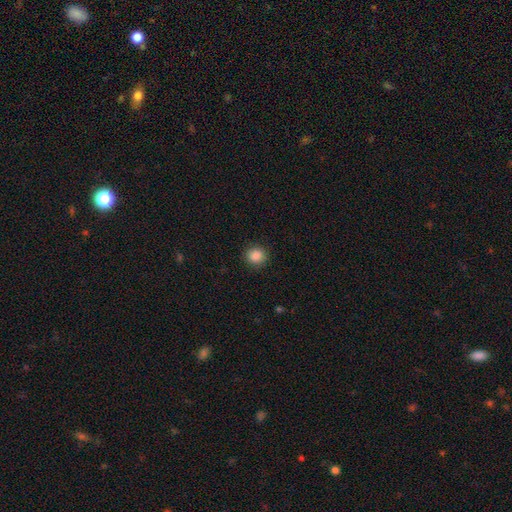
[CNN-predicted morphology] smooth_or_featured: smooth (p=0.87) [alt: star or artifact p=0.10]
how_rounded: round (p=0.89) [alt: in between p=0.10]
merging: none (p=0.91) [alt: minor disturbance p=0.06]